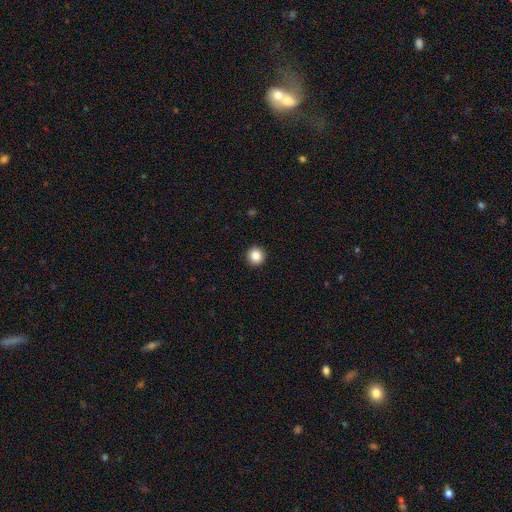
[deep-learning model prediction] smooth_or_featured: smooth (p=0.87) [alt: star or artifact p=0.09]
how_rounded: round (p=0.94) [alt: in between p=0.05]
merging: none (p=0.93) [alt: minor disturbance p=0.04]